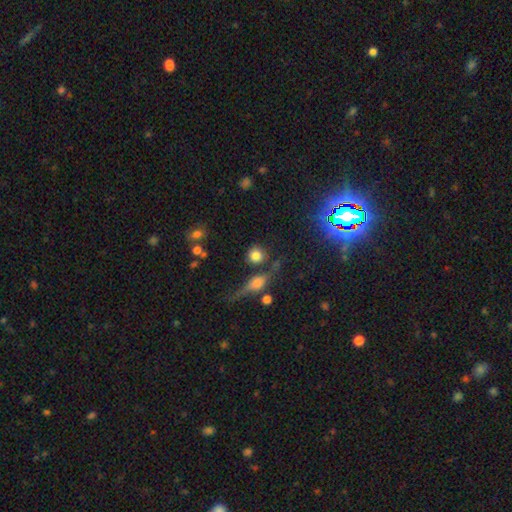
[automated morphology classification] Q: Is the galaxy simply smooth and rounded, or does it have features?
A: smooth — 76%.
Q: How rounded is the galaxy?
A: round — 87%.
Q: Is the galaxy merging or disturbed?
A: none — 74%.